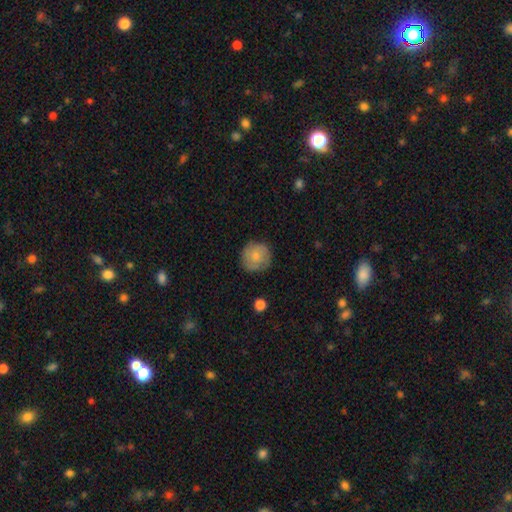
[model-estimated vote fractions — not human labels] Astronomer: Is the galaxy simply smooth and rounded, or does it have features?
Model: smooth — 70%.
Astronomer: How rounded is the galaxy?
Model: round — 92%.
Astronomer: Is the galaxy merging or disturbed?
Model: none — 81%.